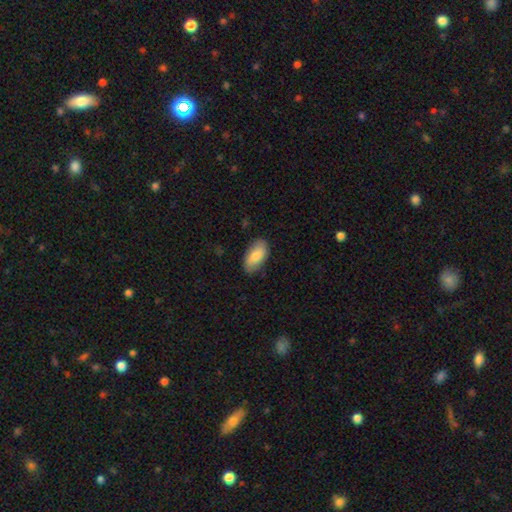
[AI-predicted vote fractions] Smooth or featured? smooth (80%)
How rounded? in between (94%)
Merging? none (82%)